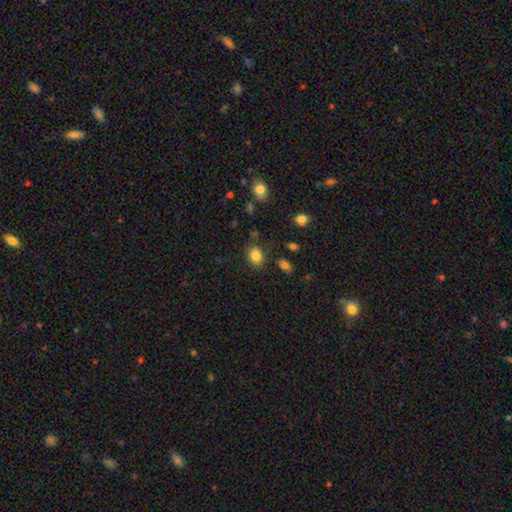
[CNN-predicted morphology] The model was most divided on "how rounded": in between: 57%, round: 42%, cigar-shaped: 1%. More confident: smooth or featured — smooth (84%); merging — none (81%).